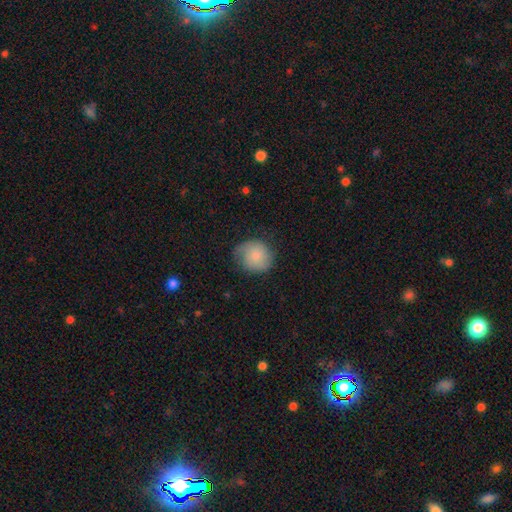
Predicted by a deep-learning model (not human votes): Q: Smooth or featured?
A: smooth (76%); runner-up: featured or disk (17%)
Q: How rounded?
A: round (83%); runner-up: in between (16%)
Q: Merging?
A: none (65%); runner-up: minor disturbance (26%)